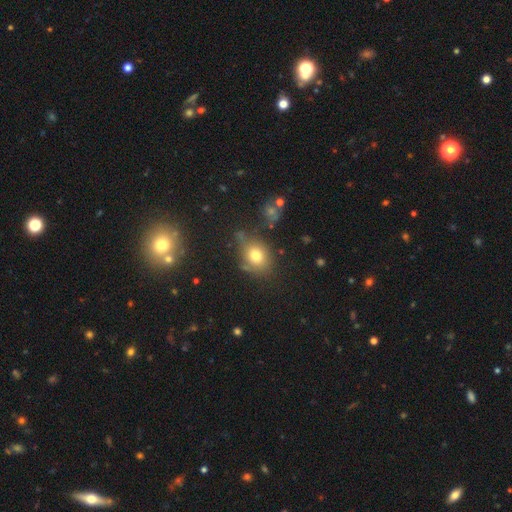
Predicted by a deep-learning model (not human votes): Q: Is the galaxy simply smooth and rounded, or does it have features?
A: smooth — 75%.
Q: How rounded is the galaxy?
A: round — 59%.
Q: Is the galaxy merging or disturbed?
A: none — 64%.